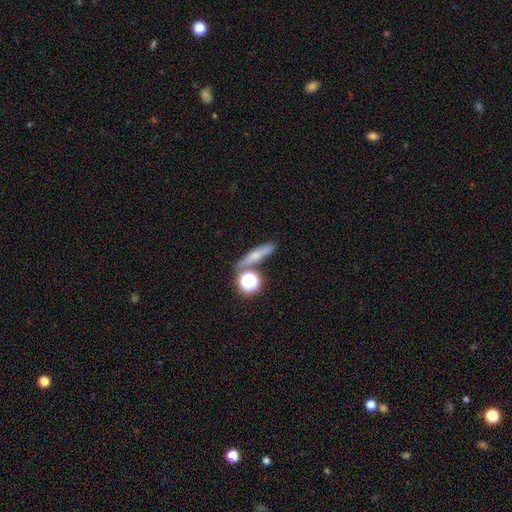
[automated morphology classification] Q: Smooth or featured?
A: smooth (58%); runner-up: featured or disk (25%)
Q: How rounded?
A: cigar-shaped (57%); runner-up: in between (21%)
Q: Merging?
A: none (71%); runner-up: merger (13%)